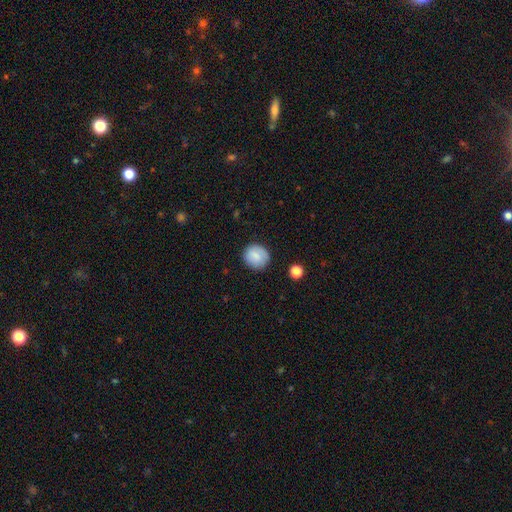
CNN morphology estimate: smooth_or_featured: smooth (p=0.82) [alt: featured or disk p=0.10]
how_rounded: round (p=0.84) [alt: in between p=0.15]
merging: none (p=0.84) [alt: minor disturbance p=0.12]